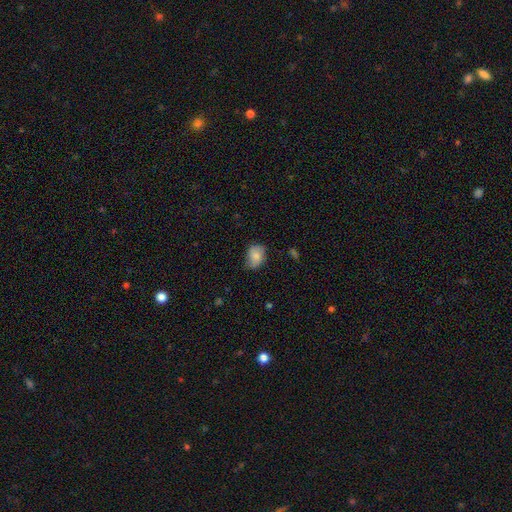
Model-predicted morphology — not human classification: type=smooth (77%); roundness=in between (73%); merging=none (62%).